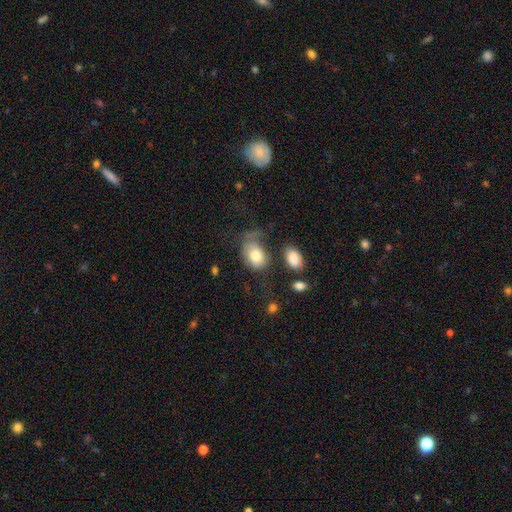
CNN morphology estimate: The model was most divided on "merging": none: 34%, major disturbance: 29%, minor disturbance: 28%, merger: 9%. More confident: smooth or featured — smooth (78%); how rounded — in between (74%).